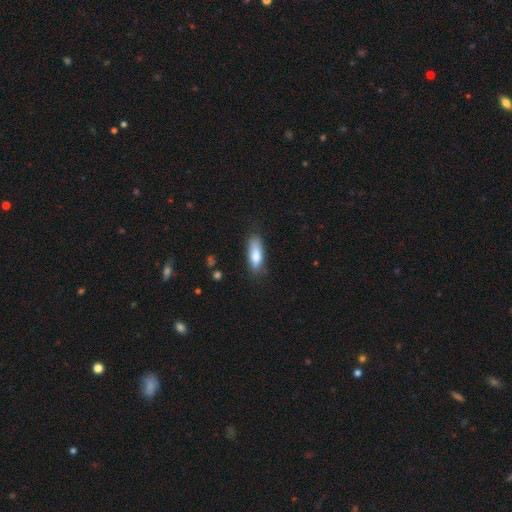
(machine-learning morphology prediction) A smooth galaxy with no disk features (79%) that is in between round and cigar-shaped (65%). Merging: none (69%).